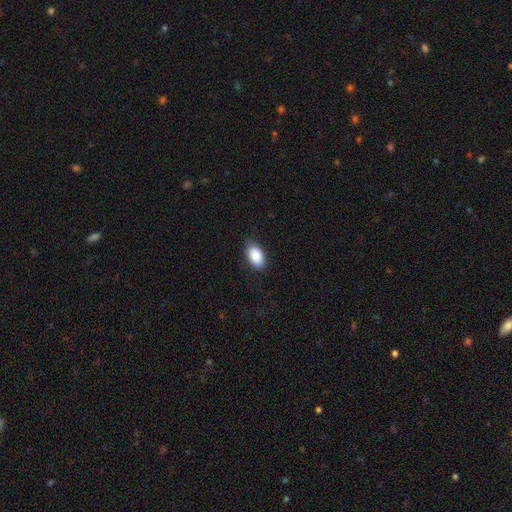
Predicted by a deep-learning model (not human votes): This is clearly a smooth galaxy (88%). How rounded: clearly in between (92%). Merging: clearly none (81%).